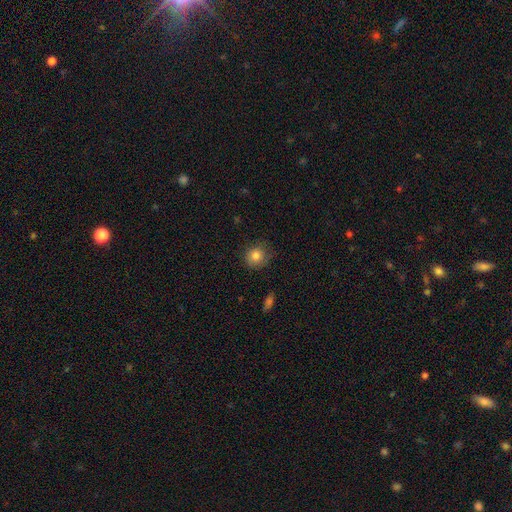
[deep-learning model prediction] Overall: smooth (80%). How rounded: round (84%). Merging: none (74%).